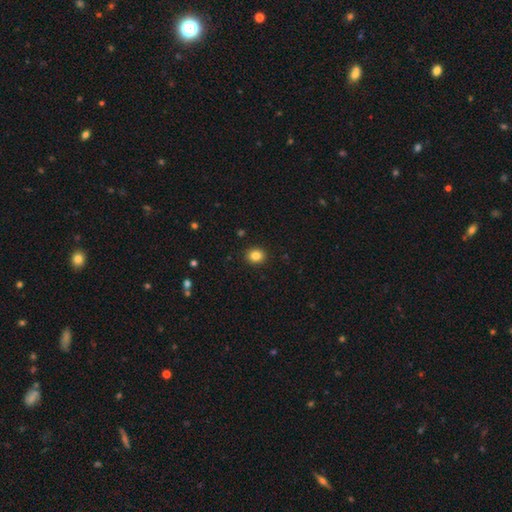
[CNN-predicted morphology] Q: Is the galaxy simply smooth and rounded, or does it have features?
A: smooth — 84%.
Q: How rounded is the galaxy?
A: round — 74%.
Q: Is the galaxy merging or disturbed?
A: none — 92%.